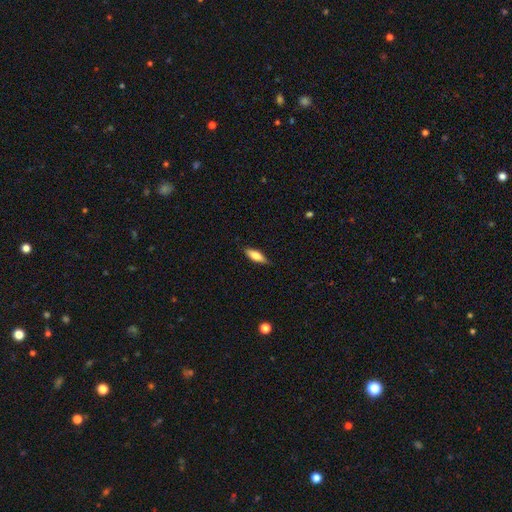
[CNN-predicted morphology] Smooth or featured? smooth (70%)
How rounded? in between (58%)
Merging? none (83%)